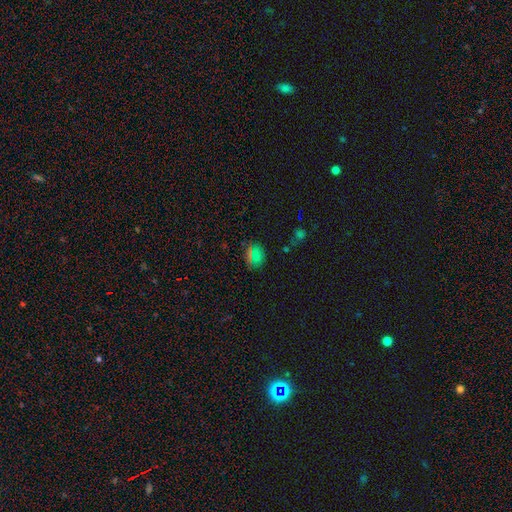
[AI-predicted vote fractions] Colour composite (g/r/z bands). It shows a smooth galaxy with no disk features (64%) that is round (62%). Merging: none (82%).